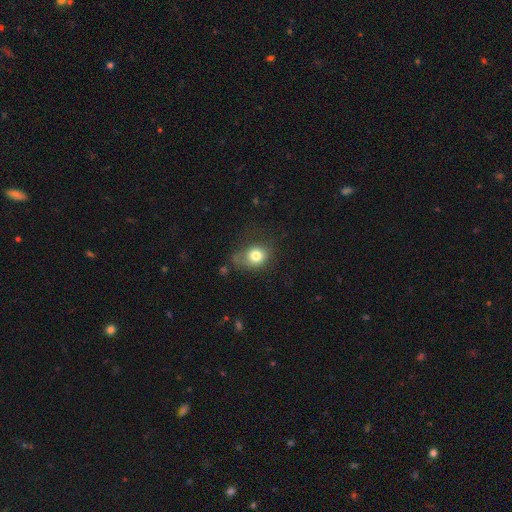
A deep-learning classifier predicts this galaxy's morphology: This is likely a smooth galaxy (78%). How rounded: possibly round (59%). Merging: possibly none (53%).